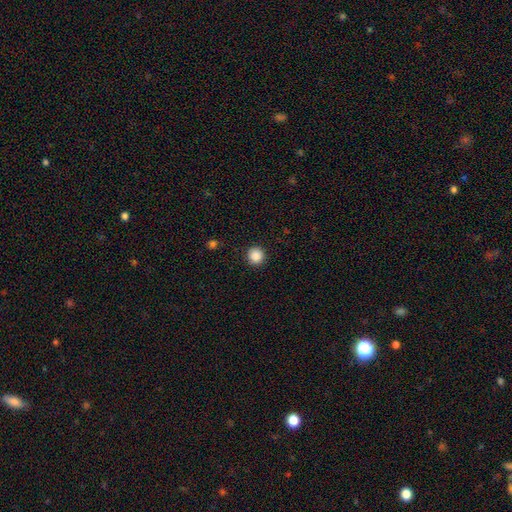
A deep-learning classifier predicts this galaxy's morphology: This appears to be a smooth galaxy with no disk features (88%) that is round (94%). Merging: none (92%).